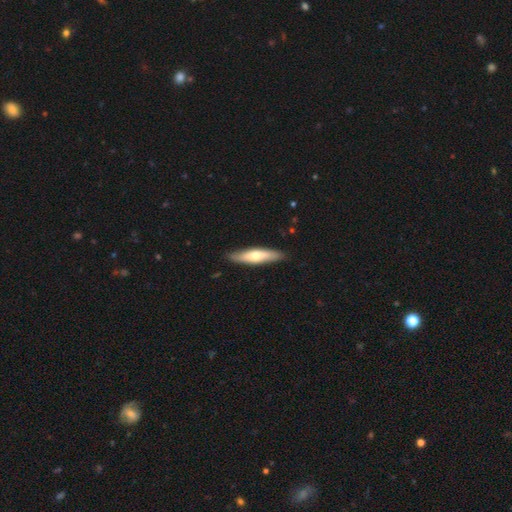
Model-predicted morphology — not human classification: Smooth or featured? smooth (57%)
How rounded? cigar-shaped (76%)
Merging? none (87%)